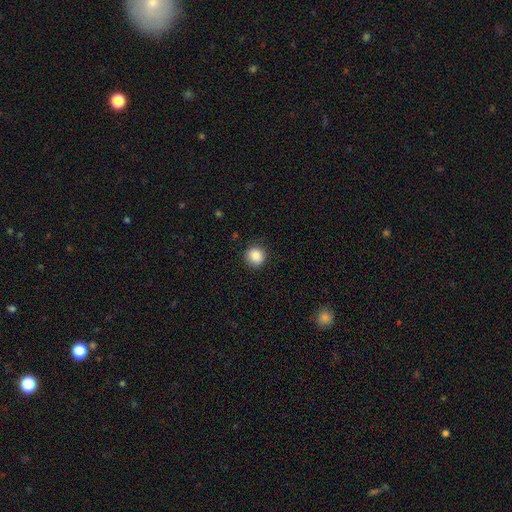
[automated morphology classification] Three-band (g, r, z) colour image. It shows a smooth galaxy with no disk features (87%) that is round (90%). Merging: none (86%).